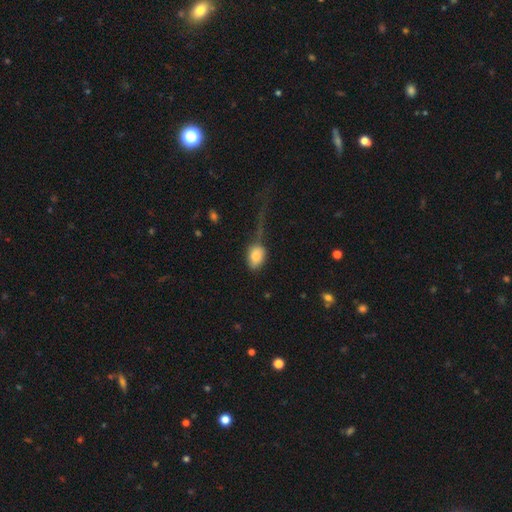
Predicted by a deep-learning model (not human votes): Smooth or featured?
  - smooth: 81% *
  - featured or disk: 11%
  - star or artifact: 8%
How rounded?
  - in between: 84% *
  - round: 14%
  - cigar-shaped: 2%
Merging?
  - none: 36% *
  - major disturbance: 33%
  - minor disturbance: 23%
  - merger: 8%